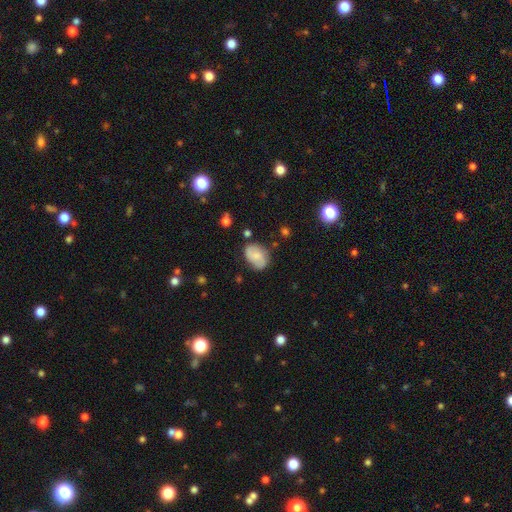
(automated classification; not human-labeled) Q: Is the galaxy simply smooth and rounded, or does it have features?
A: smooth — 52%.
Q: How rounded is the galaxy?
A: in between — 75%.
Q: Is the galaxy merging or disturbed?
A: none — 72%.